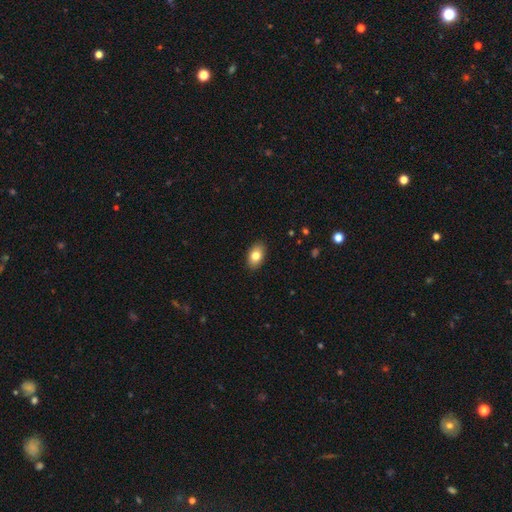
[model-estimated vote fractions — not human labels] Smooth or featured: smooth — 81% (featured or disk — 12%)
How rounded: in between — 88% (round — 10%)
Merging: none — 90% (minor disturbance — 8%)